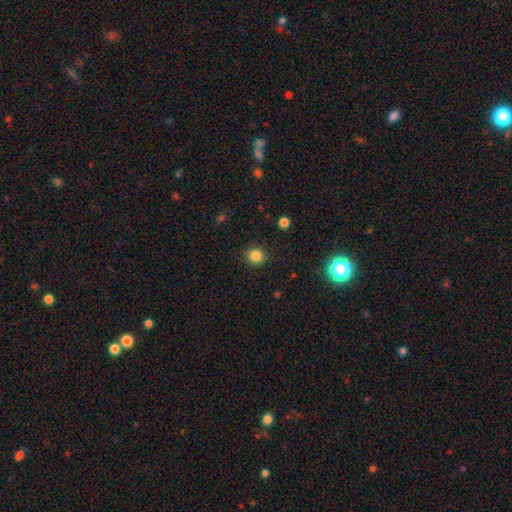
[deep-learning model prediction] Smooth or featured? Predicted: smooth (p=0.83). How rounded? Predicted: round (p=0.91). Merging? Predicted: none (p=0.90).